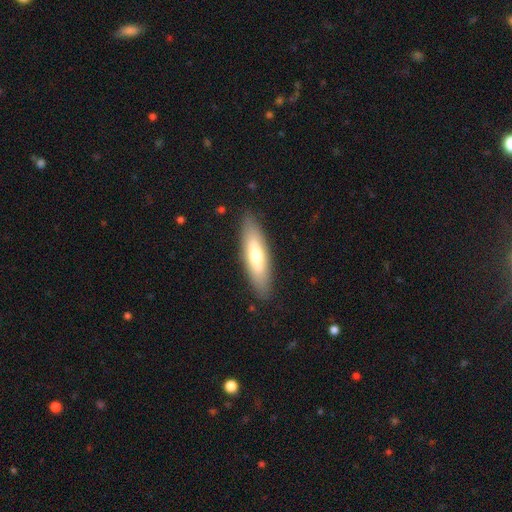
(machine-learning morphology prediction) smooth-or-featured: smooth: 62% | featured or disk: 33% | star or artifact: 6%
  how-rounded: cigar-shaped: 62% | in between: 36% | round: 2%
  merging: none: 88% | minor disturbance: 9% | major disturbance: 2% | merger: 1%